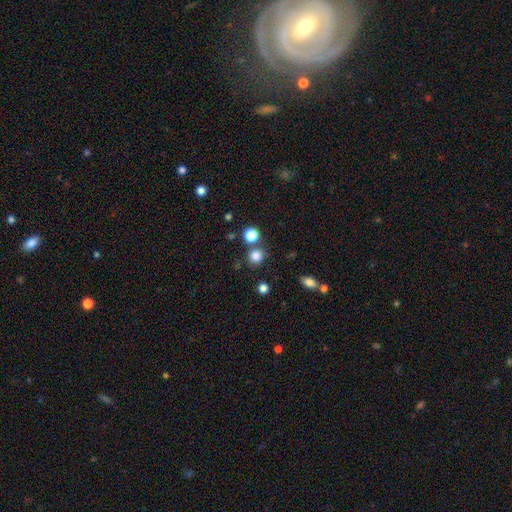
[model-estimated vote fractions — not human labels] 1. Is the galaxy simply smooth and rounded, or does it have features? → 82% smooth, 13% star or artifact, 5% featured or disk.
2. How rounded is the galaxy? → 89% round, 10% in between, 1% cigar-shaped.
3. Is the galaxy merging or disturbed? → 73% none, 15% merger, 9% minor disturbance, 3% major disturbance.